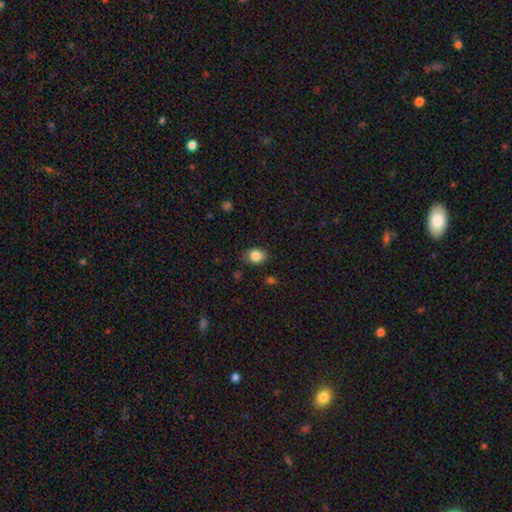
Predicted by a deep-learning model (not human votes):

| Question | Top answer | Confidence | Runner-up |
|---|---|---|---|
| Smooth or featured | smooth | 84% | star or artifact (9%) |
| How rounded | in between | 57% | round (42%) |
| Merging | none | 77% | minor disturbance (18%) |